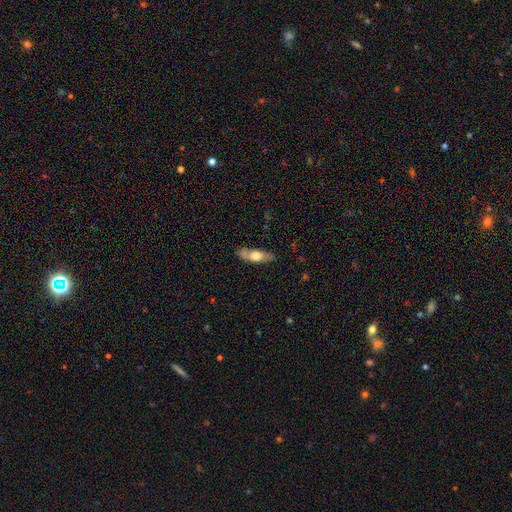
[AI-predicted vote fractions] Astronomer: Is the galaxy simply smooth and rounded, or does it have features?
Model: smooth — 56% (runner-up: featured or disk, 38%).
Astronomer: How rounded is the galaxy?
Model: in between — 59% (runner-up: cigar-shaped, 37%).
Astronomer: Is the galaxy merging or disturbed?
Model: none — 77%.